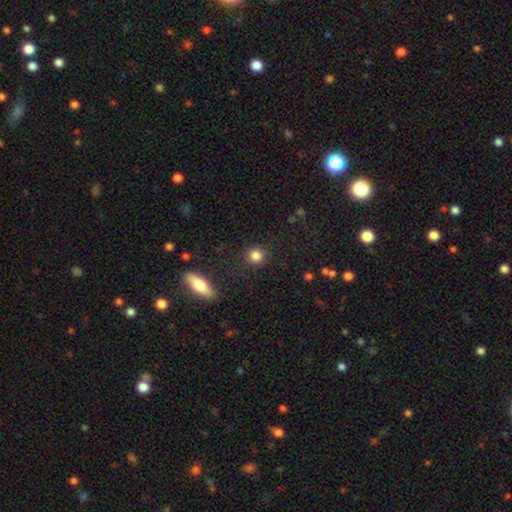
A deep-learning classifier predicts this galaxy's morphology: smooth-or-featured: smooth: 84% | star or artifact: 10% | featured or disk: 6%
  how-rounded: round: 88% | in between: 11% | cigar-shaped: 2%
  merging: none: 87% | minor disturbance: 8% | major disturbance: 3% | merger: 2%